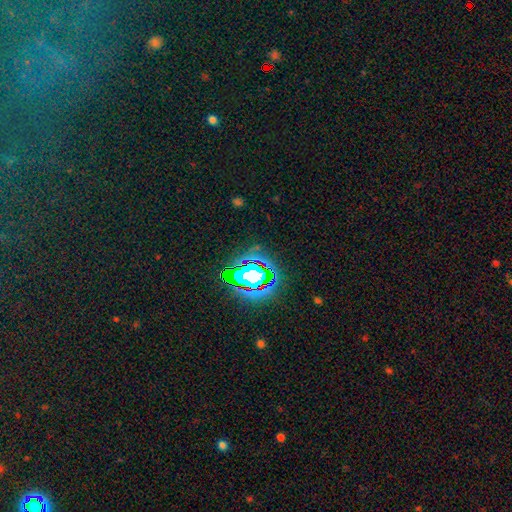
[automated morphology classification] Smooth or featured? star or artifact (79%)